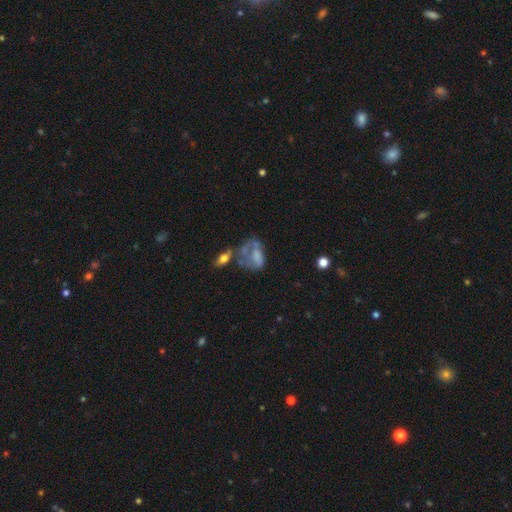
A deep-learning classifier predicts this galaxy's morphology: smooth_or_featured: smooth (p=0.47) [alt: featured or disk p=0.42]
merging: major disturbance (p=0.34) [alt: merger p=0.26]